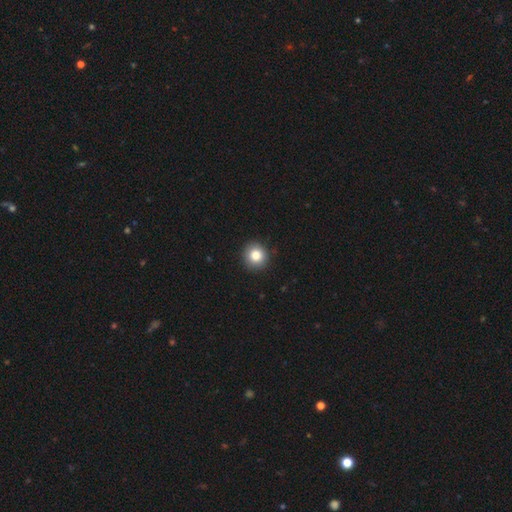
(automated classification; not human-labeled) Morphology: type=smooth (84%); roundness=round (92%); merging=none (92%).